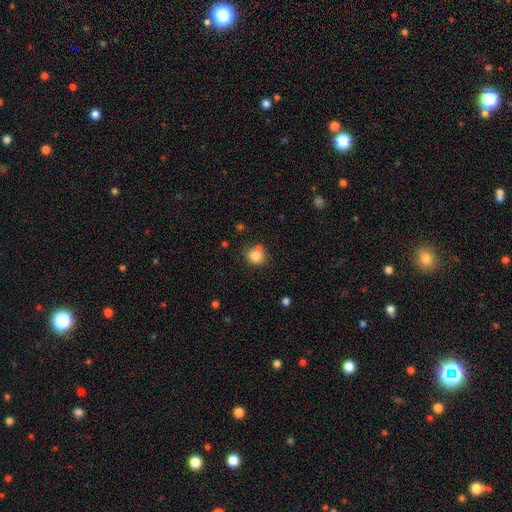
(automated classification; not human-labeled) This appears to be a smooth galaxy with no disk features (82%) that is round (77%). Merging: none (67%).